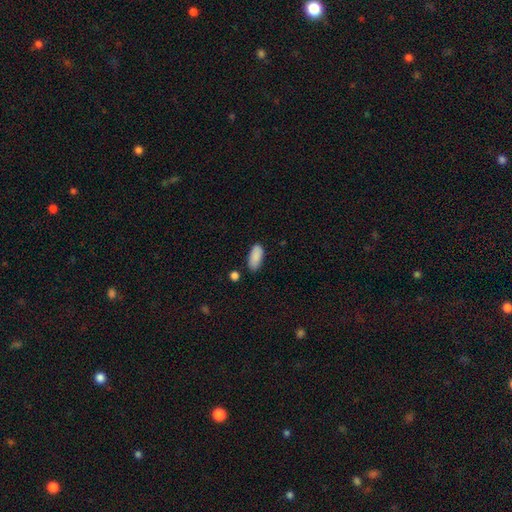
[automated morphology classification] A smooth galaxy with no disk features (89%) that is in between round and cigar-shaped (87%). Merging: none (79%).